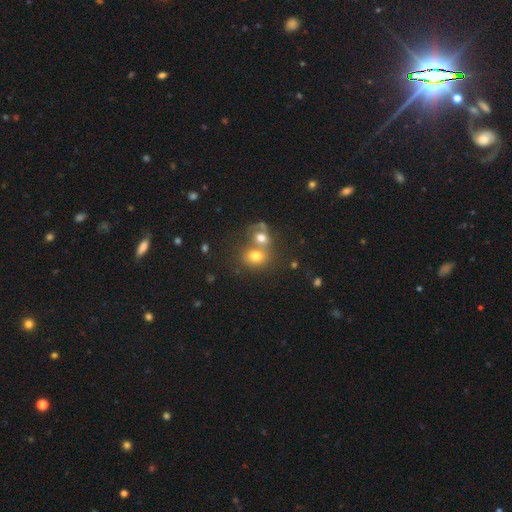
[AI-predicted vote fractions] Smooth or featured? Predicted: smooth (p=0.70). How rounded? Predicted: round (p=0.55). Merging? Predicted: merger (p=0.59).